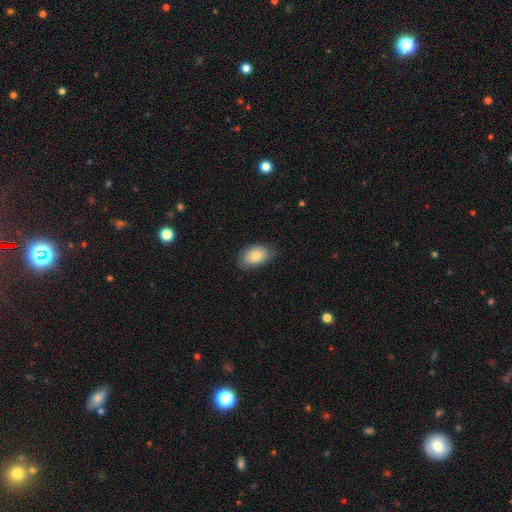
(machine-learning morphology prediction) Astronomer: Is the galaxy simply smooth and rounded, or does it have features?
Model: smooth — 79%.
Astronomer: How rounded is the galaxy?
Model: in between — 88%.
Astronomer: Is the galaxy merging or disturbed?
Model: none — 77%.